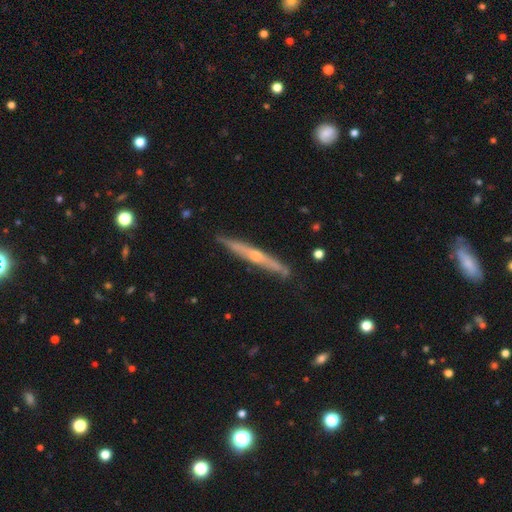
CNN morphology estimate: smooth-or-featured: featured or disk: 69% | smooth: 26% | star or artifact: 6%
  disk-edge-on: yes: 96% | no: 4%
    edge-on-bulge: rounded: 66% | none: 30% | boxy: 4%
  merging: none: 86% | minor disturbance: 11% | major disturbance: 2% | merger: 2%